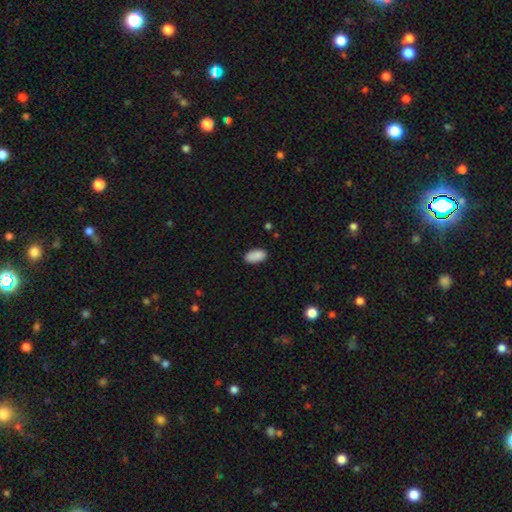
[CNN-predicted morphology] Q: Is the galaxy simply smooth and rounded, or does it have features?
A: smooth — 89%.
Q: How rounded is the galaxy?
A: in between — 94%.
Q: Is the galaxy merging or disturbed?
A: none — 85%.